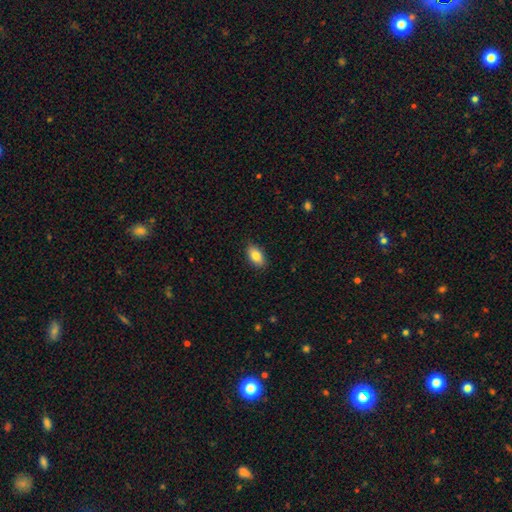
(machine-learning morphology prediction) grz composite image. It shows a smooth galaxy with no disk features (85%) that is in between round and cigar-shaped (92%). Merging: none (88%).